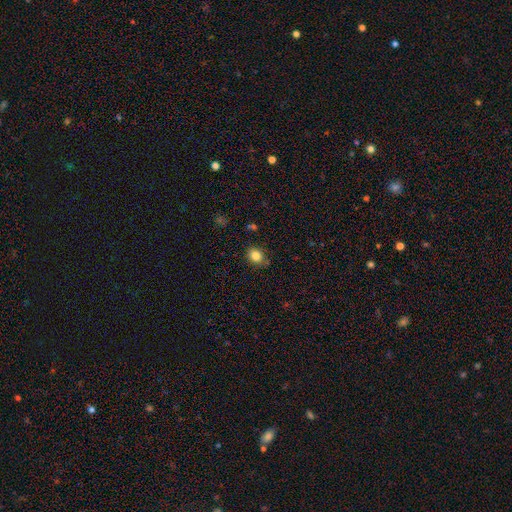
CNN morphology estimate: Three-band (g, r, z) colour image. It shows a smooth galaxy with no disk features (84%) that is round (56%). Merging: none (78%).